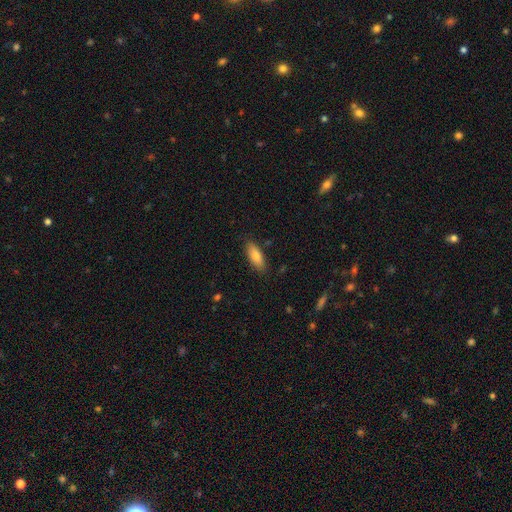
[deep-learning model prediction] This appears to be a smooth galaxy with no disk features (79%) that is in between round and cigar-shaped (71%). Merging: none (85%).